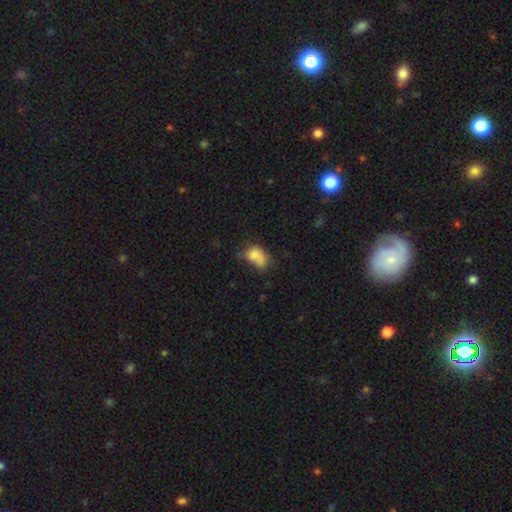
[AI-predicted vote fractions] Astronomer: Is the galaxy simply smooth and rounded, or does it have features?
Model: smooth — 74%.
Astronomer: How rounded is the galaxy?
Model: in between — 78%.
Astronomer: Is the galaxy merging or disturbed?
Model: merger — 27% (runner-up: minor disturbance, 25%).